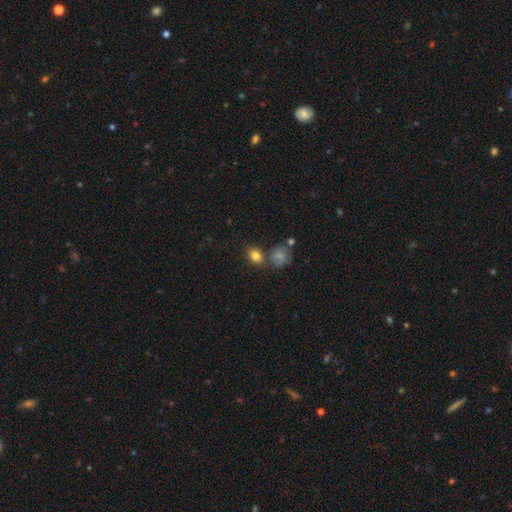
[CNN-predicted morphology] Smooth or featured? smooth (82%)
How rounded? in between (56%)
Merging? none (63%)